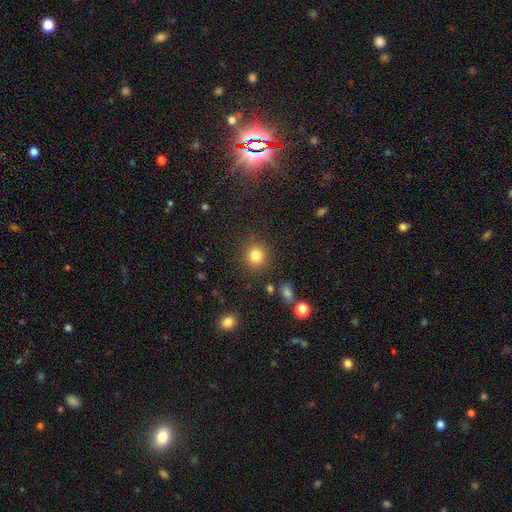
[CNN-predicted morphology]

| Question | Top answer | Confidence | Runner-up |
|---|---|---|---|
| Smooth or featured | smooth | 82% | star or artifact (12%) |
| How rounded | round | 89% | in between (10%) |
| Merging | none | 88% | minor disturbance (7%) |